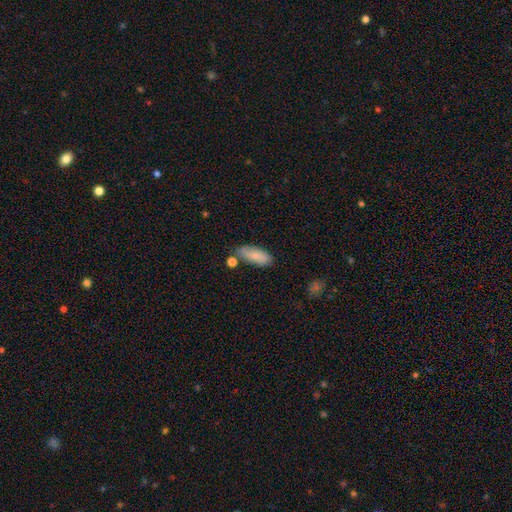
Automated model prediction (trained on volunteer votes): Morphology: type=smooth (78%); roundness=in between (79%); merging=none (69%).